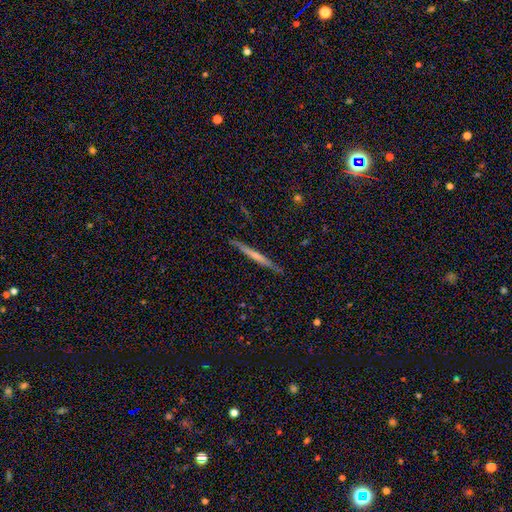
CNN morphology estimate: featured or disk 52%, smooth 41%, star or artifact 6%. Down the decision tree: edge-on disk — yes (97%); edge-on bulge — none (68%); merging — none (89%).